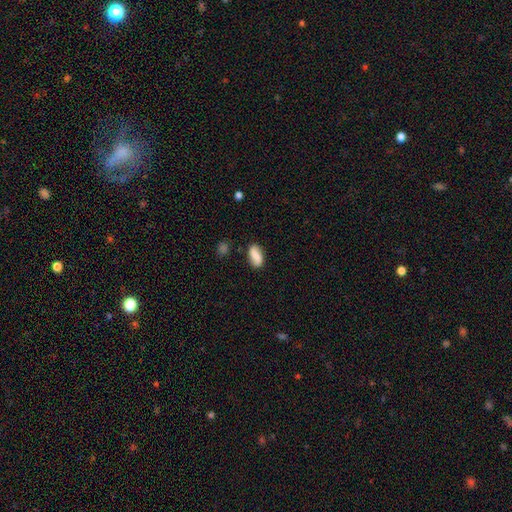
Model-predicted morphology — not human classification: Overall: smooth (75%). How rounded: in between (84%). Merging: none (77%).